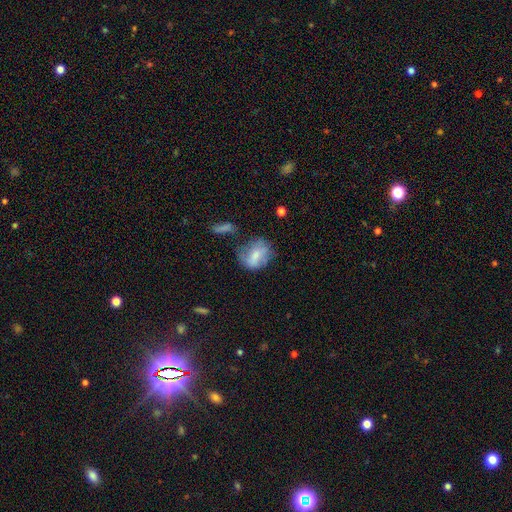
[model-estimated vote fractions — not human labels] The model was most divided on "how rounded": in between: 54%, round: 44%, cigar-shaped: 2%. Remaining: smooth or featured — smooth (61%); merging — none (45%).